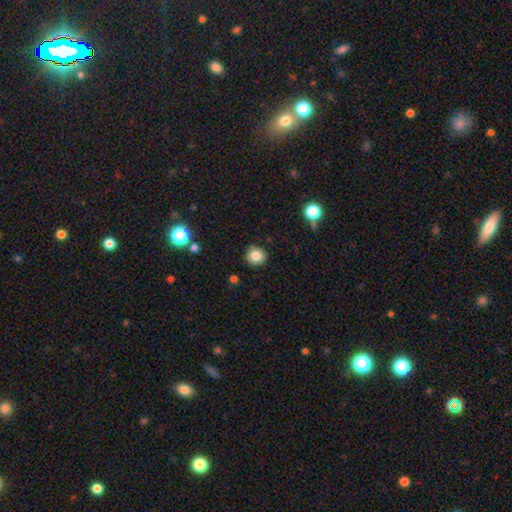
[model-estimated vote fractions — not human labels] Morphology: type=smooth (82%); roundness=round (91%); merging=none (89%).